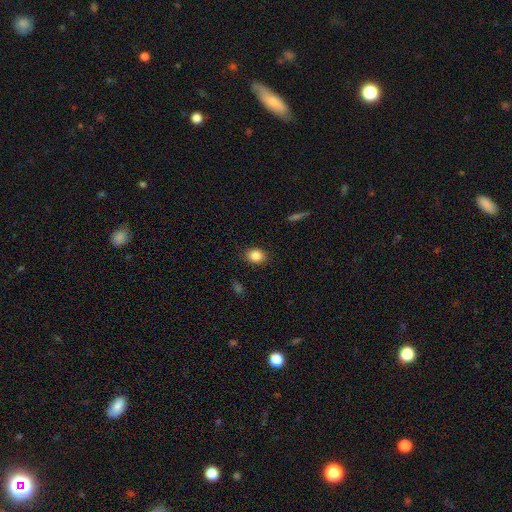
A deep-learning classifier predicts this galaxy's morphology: Overall: smooth (85%). How rounded: round (50%; in between 49%). Merging: none (88%).